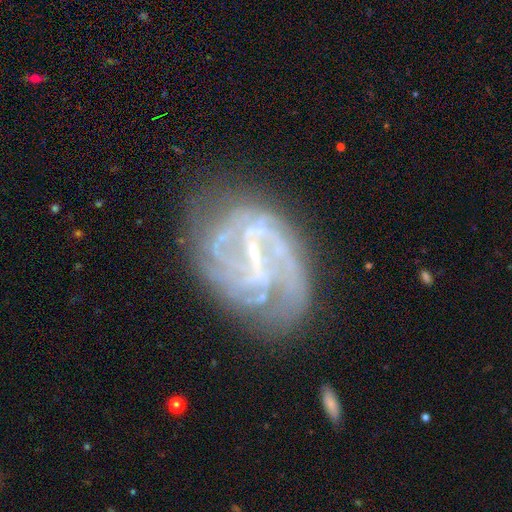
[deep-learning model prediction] Smooth or featured? featured or disk (85%)
Edge-on disk? no (97%)
Bar? weak (43%)
Spiral arms? yes (89%)
Spiral winding? tight (43%)
Spiral arm count? can't tell (30%)
Bulge size? small (67%)
Merging? none (63%)